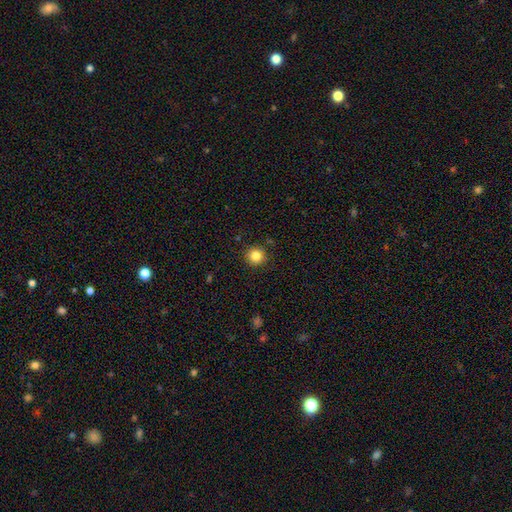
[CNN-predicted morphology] A smooth galaxy with no disk features (83%) that is round (95%).

Vote fractions:
- Smooth or featured? smooth: 83% / star or artifact: 11% / featured or disk: 5%
- How rounded? round: 95% / in between: 5% / cigar-shaped: 1%
- Merging? none: 91% / minor disturbance: 6% / major disturbance: 2% / merger: 1%